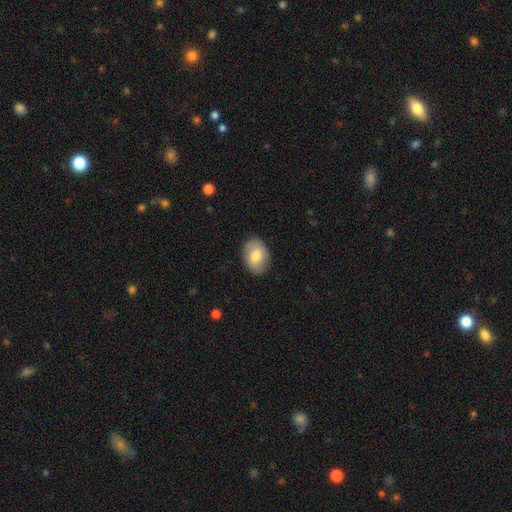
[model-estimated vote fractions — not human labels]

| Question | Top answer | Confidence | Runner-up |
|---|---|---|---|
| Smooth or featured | smooth | 71% | featured or disk (23%) |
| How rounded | in between | 75% | round (24%) |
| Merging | none | 85% | minor disturbance (11%) |